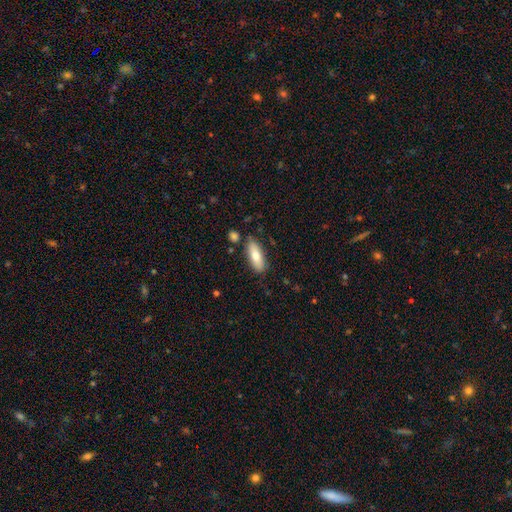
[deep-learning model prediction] Overall: smooth (76%). How rounded: in between (67%; cigar-shaped 31%). Merging: none (82%).